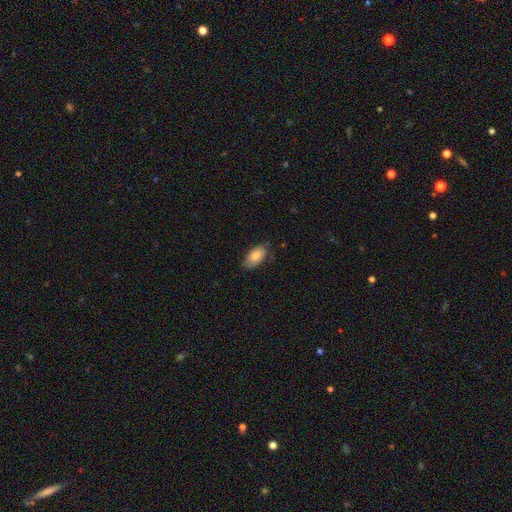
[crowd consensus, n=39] Q: Smooth or featured?
A: smooth (79%); runner-up: featured or disk (10%)
Q: How rounded?
A: in between (94%); runner-up: round (3%)
Q: Merging?
A: none (74%); runner-up: minor disturbance (20%)